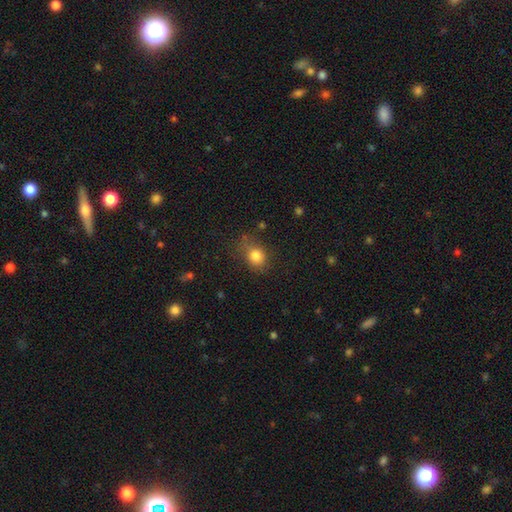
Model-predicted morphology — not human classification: This is clearly a smooth galaxy (82%). How rounded: possibly round (58%). Merging: likely none (66%).